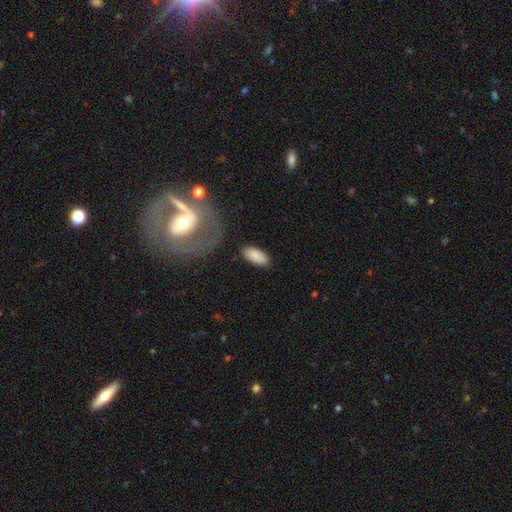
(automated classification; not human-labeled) Morphology: type=smooth (86%); roundness=in between (89%); merging=none (83%).